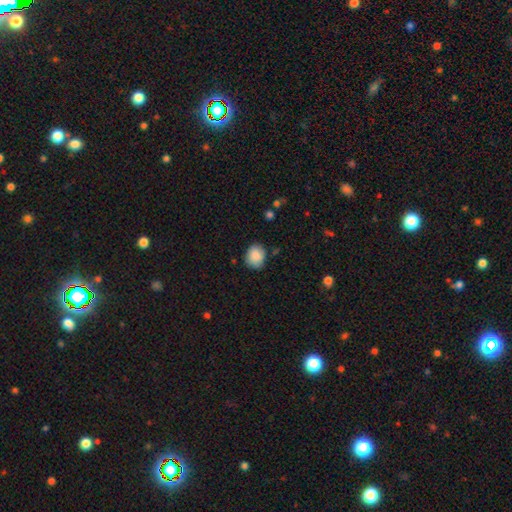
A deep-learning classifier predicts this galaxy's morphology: Q: Smooth or featured?
A: smooth (88%); runner-up: star or artifact (7%)
Q: How rounded?
A: round (61%); runner-up: in between (38%)
Q: Merging?
A: none (79%); runner-up: minor disturbance (16%)